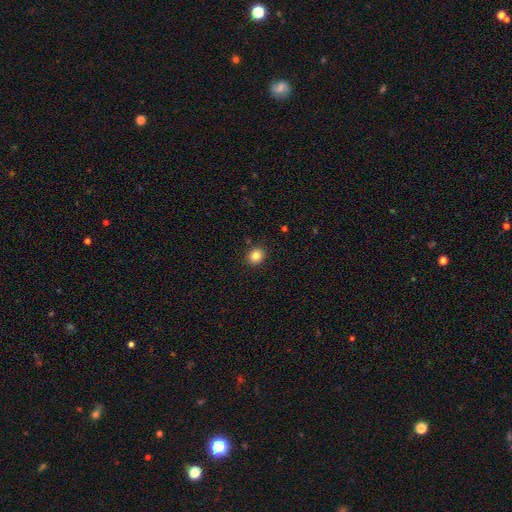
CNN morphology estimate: type=smooth (84%); roundness=round (77%); merging=none (90%).